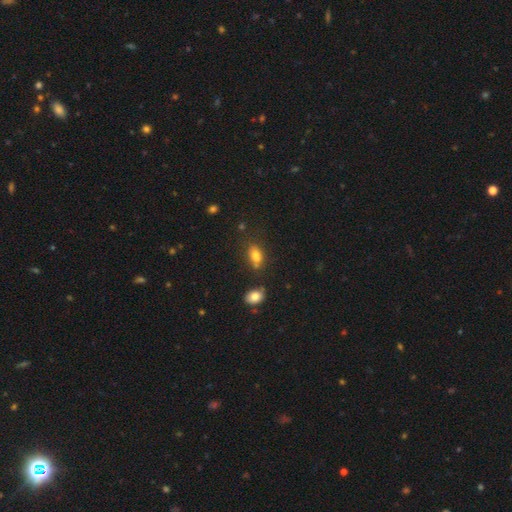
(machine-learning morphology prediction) The model was most divided on "merging": none: 51%, merger: 24%, minor disturbance: 18%, major disturbance: 7%. More confident: how rounded — in between (80%); smooth or featured — smooth (76%).